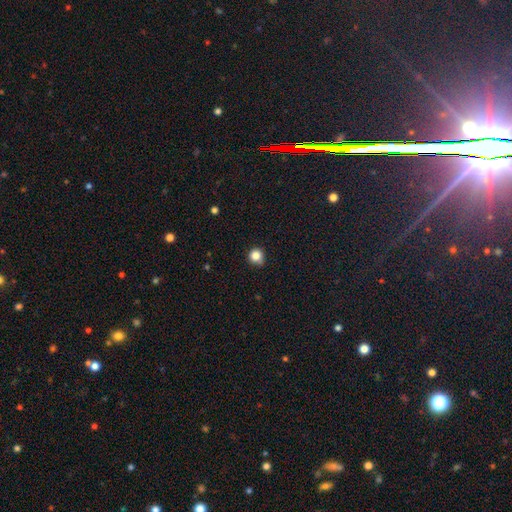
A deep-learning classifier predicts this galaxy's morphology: Overall: smooth (83%). How rounded: round (92%). Merging: none (78%).